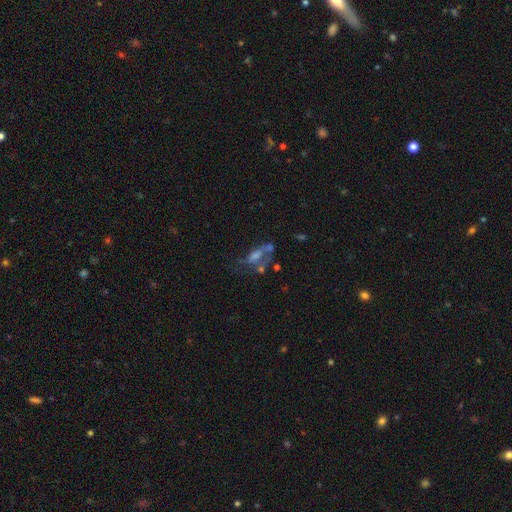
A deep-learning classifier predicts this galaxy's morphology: Overall: featured or disk (52%; smooth 28%). Edge-on disk: no (87%). Merging: none (32%, tied with major disturbance).